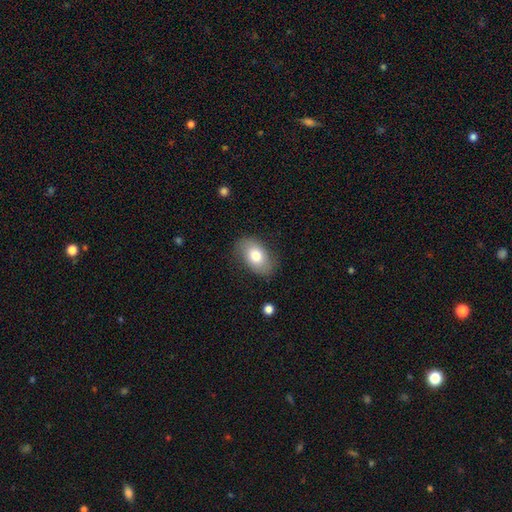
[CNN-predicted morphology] This is likely a smooth galaxy (76%). How rounded: clearly in between (90%). Merging: clearly none (80%).